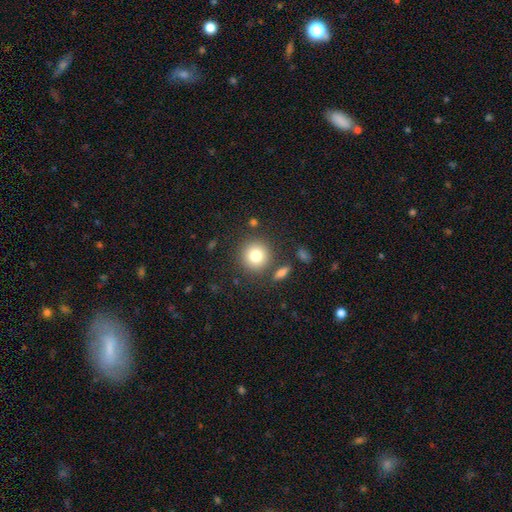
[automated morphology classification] This is likely a smooth galaxy (80%). How rounded: clearly round (92%). Merging: clearly none (82%).